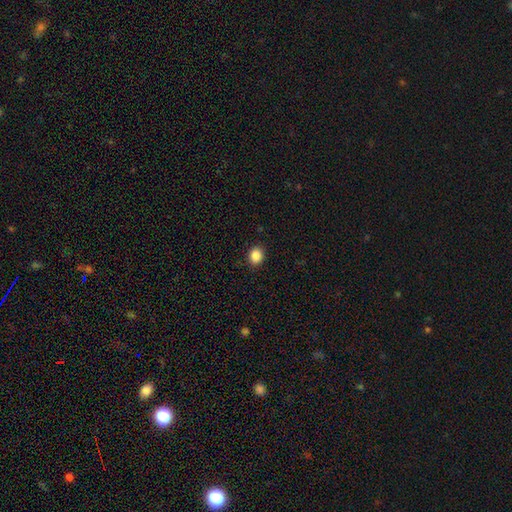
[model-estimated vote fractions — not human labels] Smooth or featured? Predicted: smooth (p=0.87). How rounded? Predicted: round (p=0.63). Merging? Predicted: none (p=0.90).